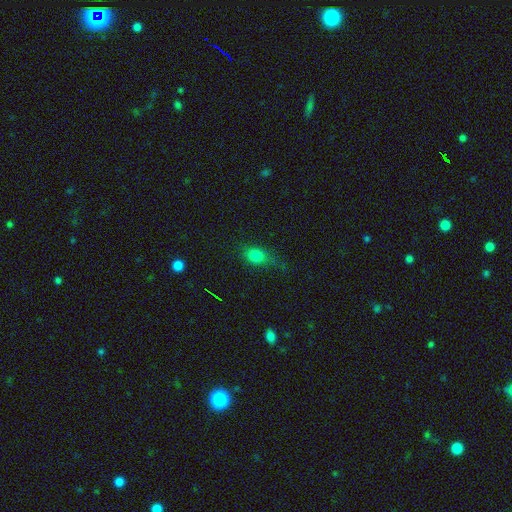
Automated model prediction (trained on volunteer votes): This appears to be a smooth galaxy with no disk features (75%) that is in between round and cigar-shaped (53%). Merging: none (58%).